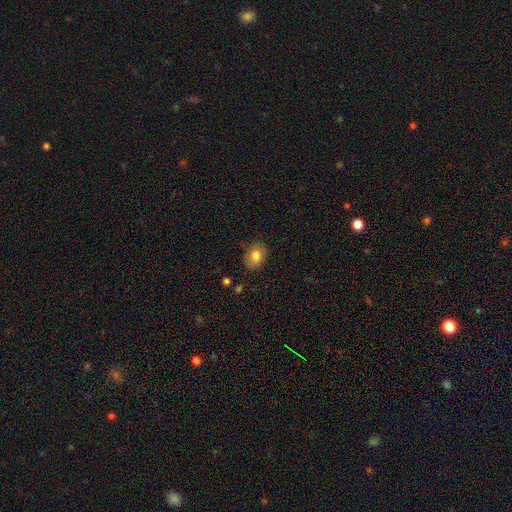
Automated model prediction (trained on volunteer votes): A smooth galaxy with no disk features (77%) that is in between round and cigar-shaped (72%). Merging: none (80%).